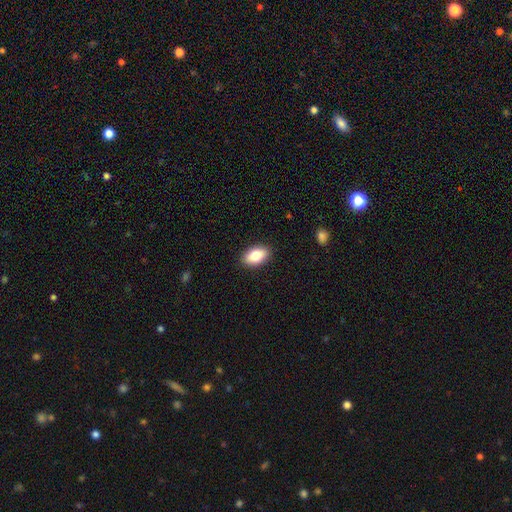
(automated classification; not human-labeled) Smooth or featured?
  - smooth: 82% *
  - featured or disk: 11%
  - star or artifact: 7%
How rounded?
  - in between: 91% *
  - round: 7%
  - cigar-shaped: 2%
Merging?
  - none: 89% *
  - minor disturbance: 8%
  - major disturbance: 2%
  - merger: 1%